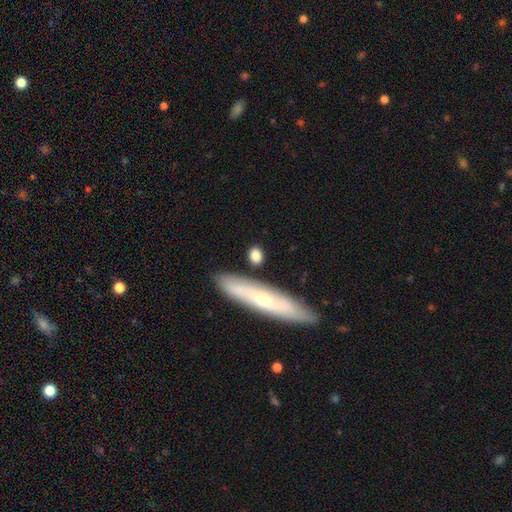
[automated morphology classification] Q: Smooth or featured?
A: smooth (78%); runner-up: featured or disk (15%)
Q: How rounded?
A: in between (47%); runner-up: round (31%)
Q: Merging?
A: none (78%); runner-up: minor disturbance (11%)